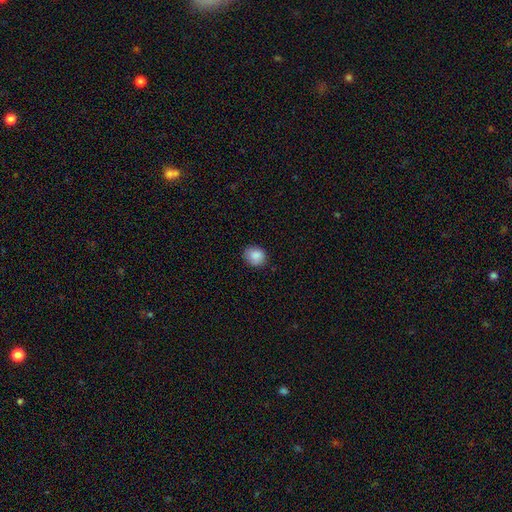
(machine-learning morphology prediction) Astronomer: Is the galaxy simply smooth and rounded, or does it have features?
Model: smooth — 87%.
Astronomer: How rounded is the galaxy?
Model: round — 71%.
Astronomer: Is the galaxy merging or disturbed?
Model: none — 82%.